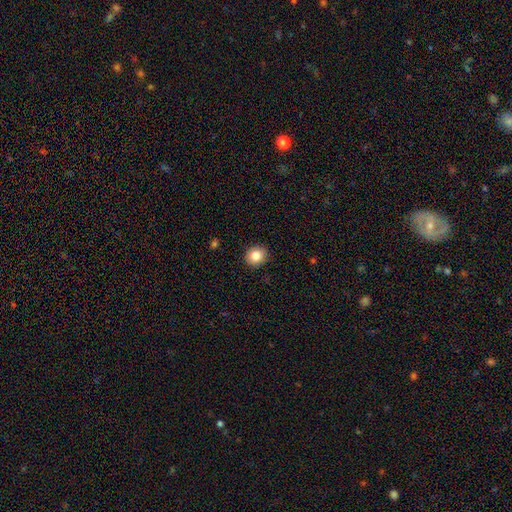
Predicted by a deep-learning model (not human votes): Q: Smooth or featured?
A: smooth (83%); runner-up: star or artifact (10%)
Q: How rounded?
A: round (82%); runner-up: in between (17%)
Q: Merging?
A: none (91%); runner-up: minor disturbance (6%)